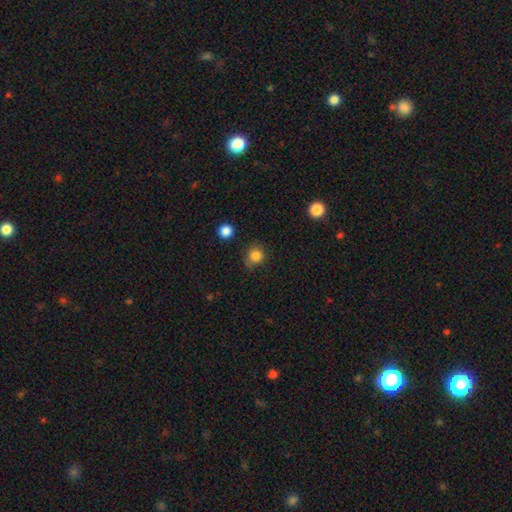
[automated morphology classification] Smooth or featured? smooth (84%)
How rounded? round (86%)
Merging? none (72%)